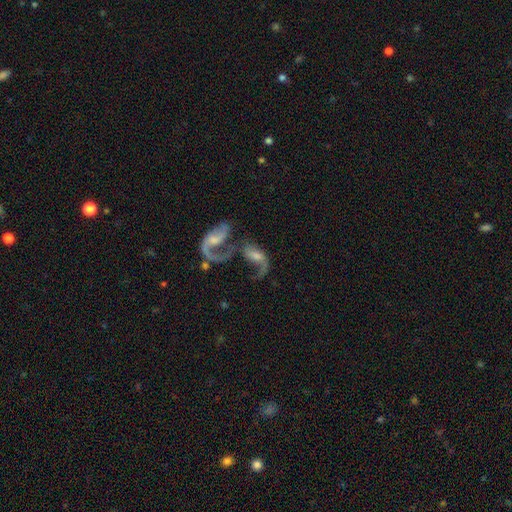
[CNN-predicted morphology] Smooth or featured?
  - featured or disk: 70% *
  - smooth: 20%
  - star or artifact: 9%
Edge-on disk?
  - no: 95% *
  - yes: 5%
Bar?
  - no: 47% *
  - weak: 38%
  - strong: 14%
Spiral arms?
  - yes: 81% *
  - no: 19%
Spiral winding?
  - loose: 70% *
  - medium: 23%
  - tight: 7%
Spiral arm count?
  - 2: 54% *
  - 1: 36%
  - can't tell: 6%
  - 3: 1%
  - 4: 1%
  - more than 4: 1%
Bulge size?
  - moderate: 37% *
  - small: 33%
  - none: 19%
  - large: 9%
  - dominant: 2%
Merging?
  - merger: 53% *
  - major disturbance: 21%
  - none: 17%
  - minor disturbance: 9%